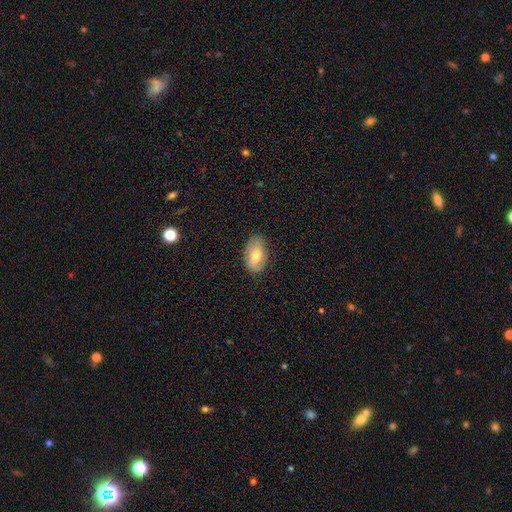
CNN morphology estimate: Q: Smooth or featured?
A: smooth (64%); runner-up: featured or disk (29%)
Q: How rounded?
A: in between (92%); runner-up: round (6%)
Q: Merging?
A: none (81%); runner-up: minor disturbance (15%)